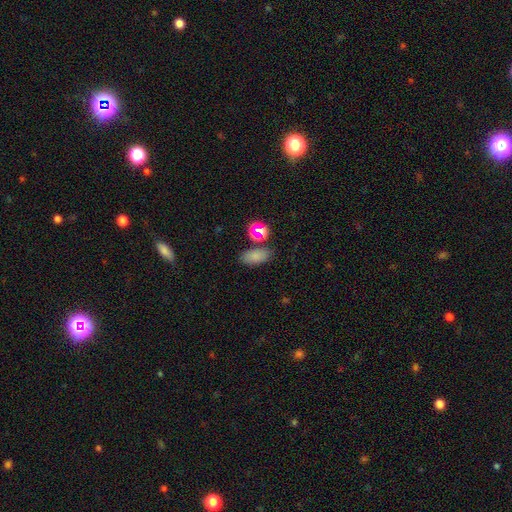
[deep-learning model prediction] smooth_or_featured: smooth (p=0.77) [alt: star or artifact p=0.16]
how_rounded: in between (p=0.87) [alt: round p=0.09]
merging: none (p=0.71) [alt: minor disturbance p=0.13]